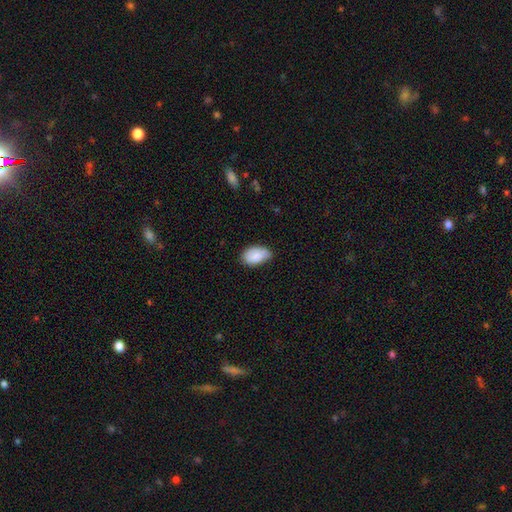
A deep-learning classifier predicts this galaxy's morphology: Q: Smooth or featured?
A: smooth (84%); runner-up: featured or disk (9%)
Q: How rounded?
A: in between (93%); runner-up: round (6%)
Q: Merging?
A: none (67%); runner-up: minor disturbance (28%)